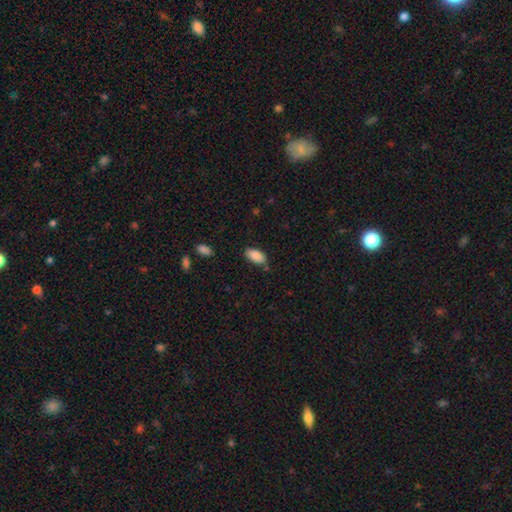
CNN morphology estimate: Smooth or featured? Predicted: smooth (p=0.88). How rounded? Predicted: in between (p=0.92). Merging? Predicted: none (p=0.77).